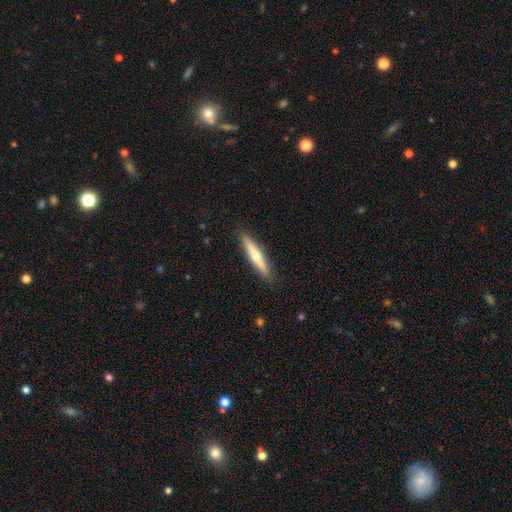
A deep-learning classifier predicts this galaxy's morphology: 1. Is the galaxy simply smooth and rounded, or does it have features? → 48% featured or disk, 46% smooth, 5% star or artifact.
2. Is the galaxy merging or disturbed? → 89% none, 8% minor disturbance, 2% major disturbance, 1% merger.